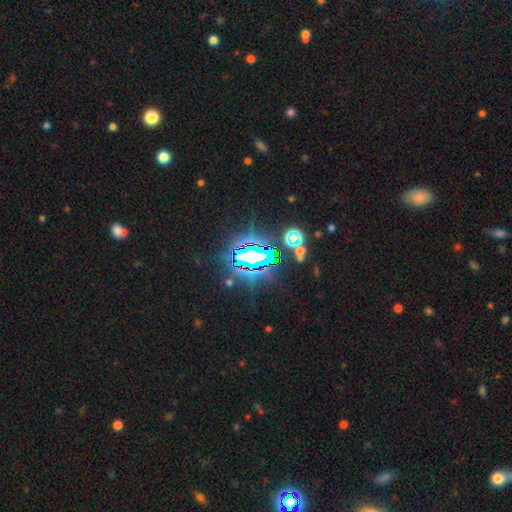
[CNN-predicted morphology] Smooth or featured?
  - star or artifact: 80% *
  - featured or disk: 10%
  - smooth: 10%